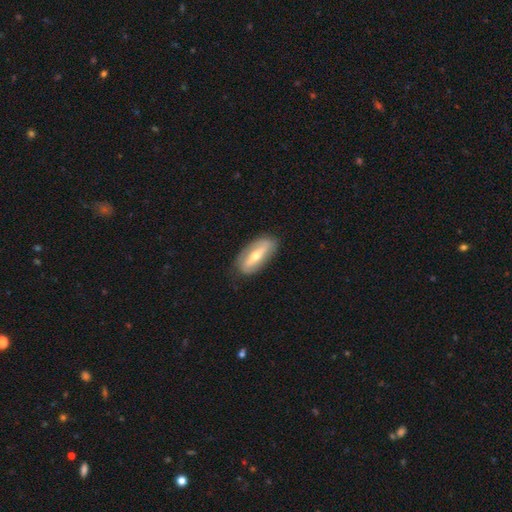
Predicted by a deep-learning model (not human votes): Morphology: type=featured or disk (57%); edge-on=no (73%); merging=none (81%).